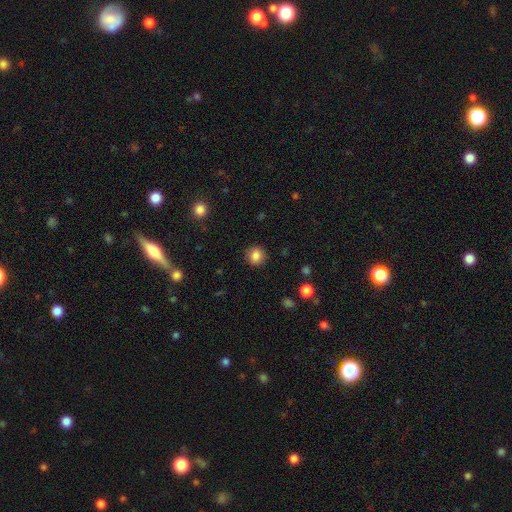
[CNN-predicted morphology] This appears to be a smooth galaxy with no disk features (84%) that is round (85%). Merging: none (90%).